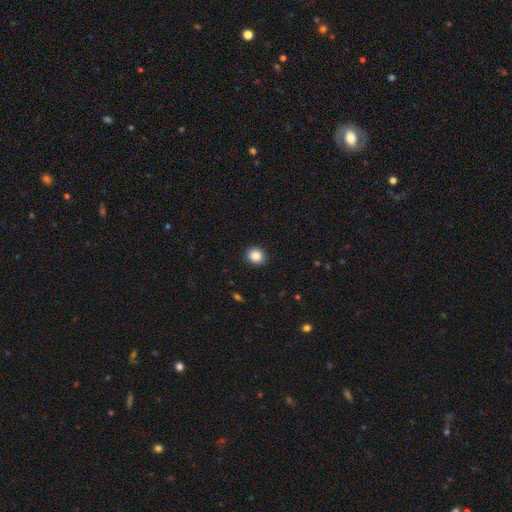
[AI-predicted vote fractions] Smooth or featured? smooth (86%)
How rounded? round (79%)
Merging? none (90%)